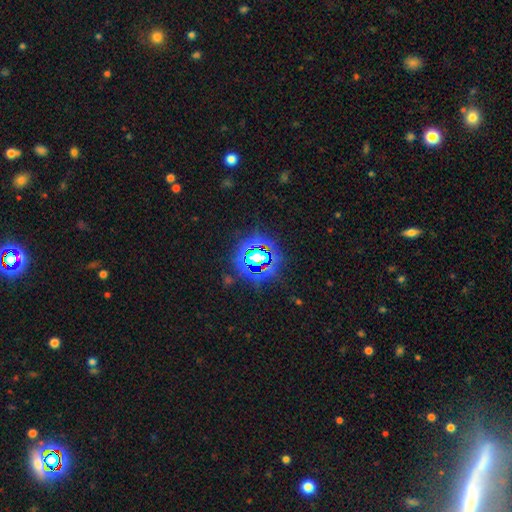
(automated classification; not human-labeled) Smooth or featured? Predicted: star or artifact (p=0.75).